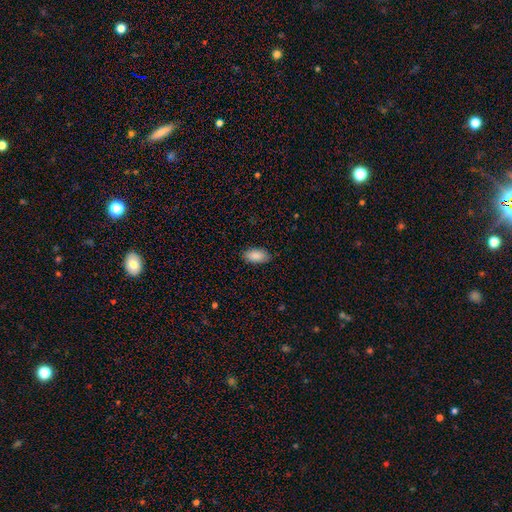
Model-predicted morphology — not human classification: smooth_or_featured: smooth (p=0.87) [alt: star or artifact p=0.07]
how_rounded: in between (p=0.94) [alt: cigar-shaped p=0.03]
merging: none (p=0.85) [alt: minor disturbance p=0.11]